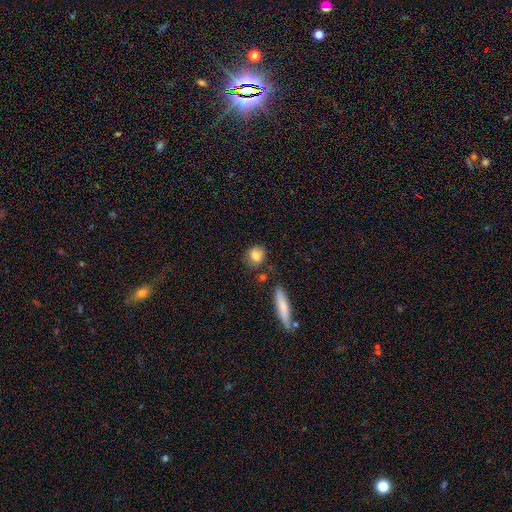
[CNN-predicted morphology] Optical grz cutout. It shows a smooth galaxy with no disk features (78%) that is round (61%). Merging: none (67%).